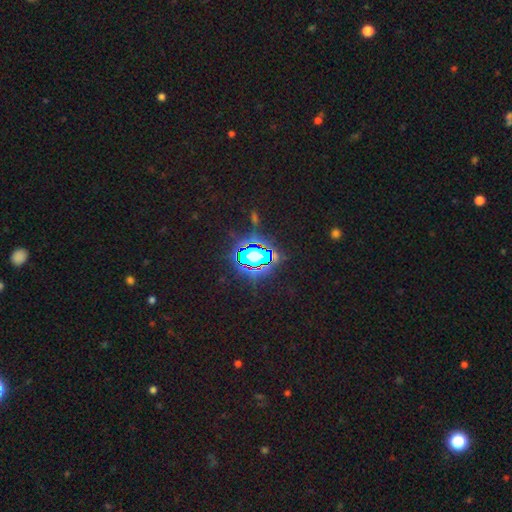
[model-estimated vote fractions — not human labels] A star or artifact, not a galaxy (70%).

Vote fractions:
- Smooth or featured? star or artifact: 70% / smooth: 18% / featured or disk: 12%